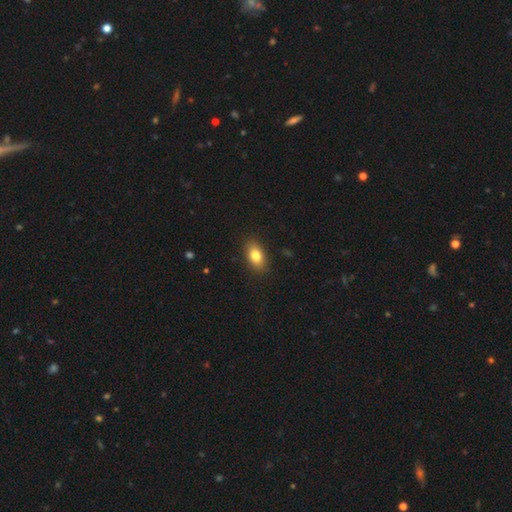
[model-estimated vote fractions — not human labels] This is clearly a smooth galaxy (81%). How rounded: clearly in between (87%). Merging: clearly none (88%).